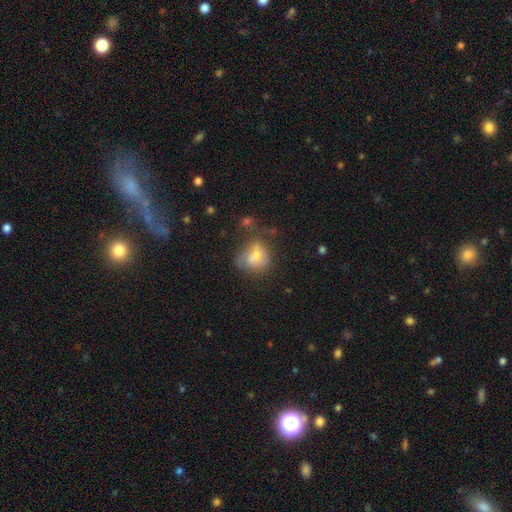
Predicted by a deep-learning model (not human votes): The model was most divided on "how rounded": round: 56%, in between: 42%, cigar-shaped: 1%. Remaining: smooth or featured — smooth (63%); merging — none (40%).